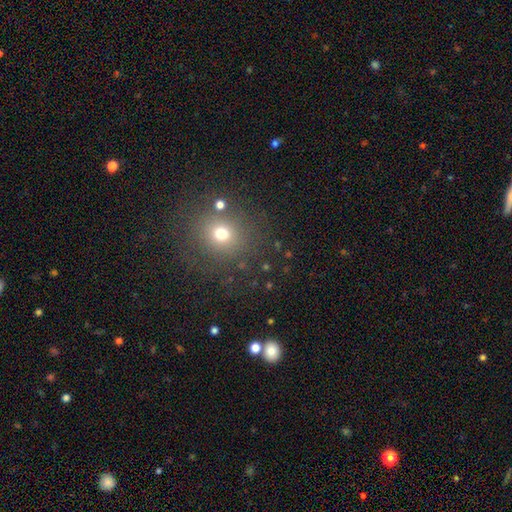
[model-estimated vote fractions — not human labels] Overall: smooth (52%; star or artifact 39%). How rounded: round (84%). Merging: none (84%).